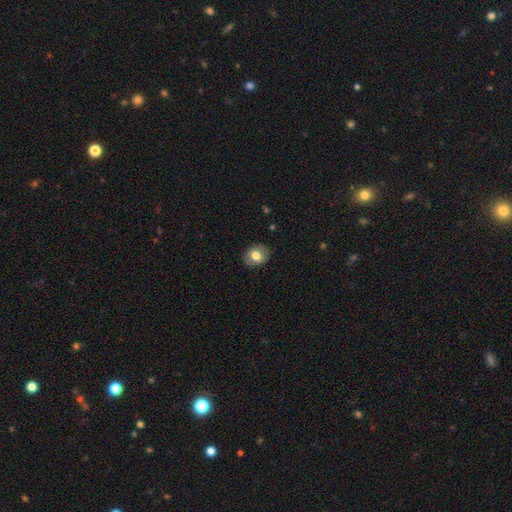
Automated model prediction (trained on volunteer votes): Q: Smooth or featured?
A: smooth (74%); runner-up: featured or disk (18%)
Q: How rounded?
A: round (56%); runner-up: in between (43%)
Q: Merging?
A: none (86%); runner-up: minor disturbance (11%)